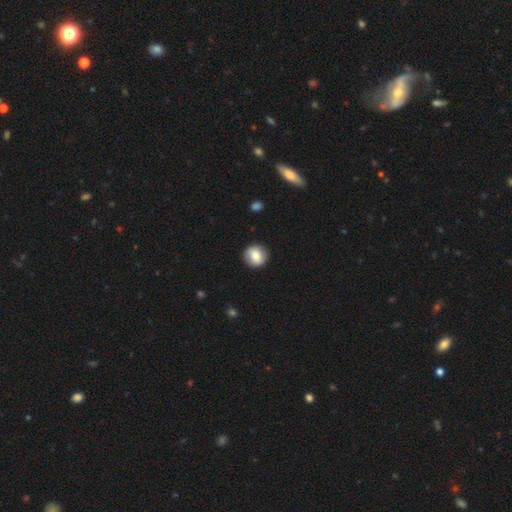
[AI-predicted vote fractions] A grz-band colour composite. It shows a smooth galaxy with no disk features (71%) that is round (91%). Merging: none (90%).